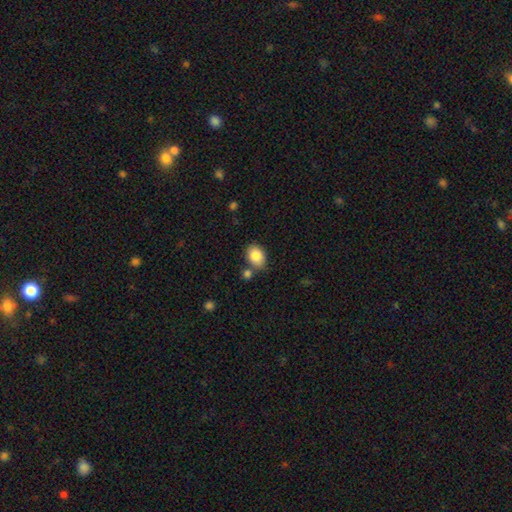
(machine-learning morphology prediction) smooth_or_featured: smooth (p=0.86) [alt: star or artifact p=0.08]
how_rounded: in between (p=0.71) [alt: round p=0.28]
merging: none (p=0.67) [alt: minor disturbance p=0.15]